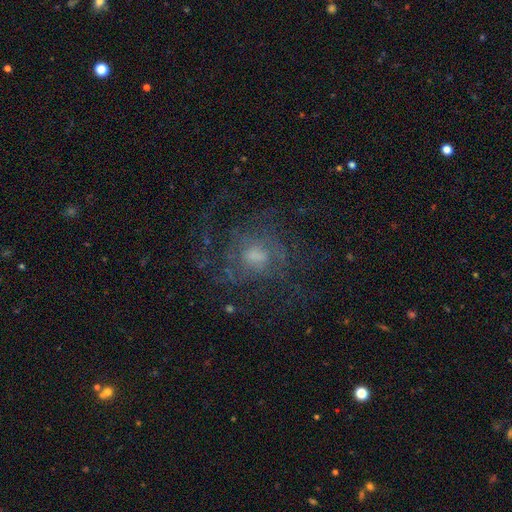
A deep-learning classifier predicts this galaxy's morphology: This appears to be a featured or disk galaxy (68%) with no bar (59%), medium (44%) spiral arms (79%) and a moderate central bulge (46%). Merging: none (63%).